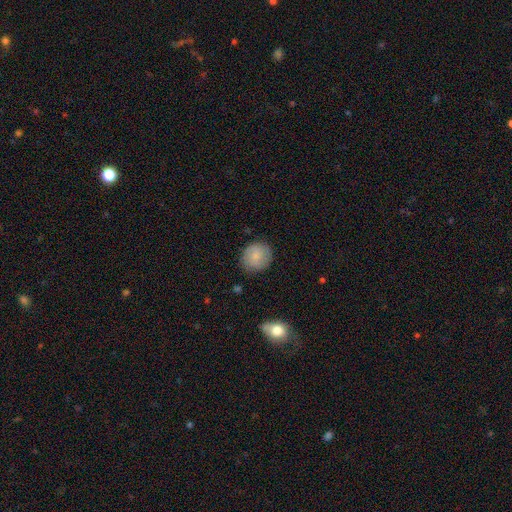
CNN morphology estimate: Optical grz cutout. It shows a smooth galaxy with no disk features (77%) that is round (85%). Merging: none (82%).